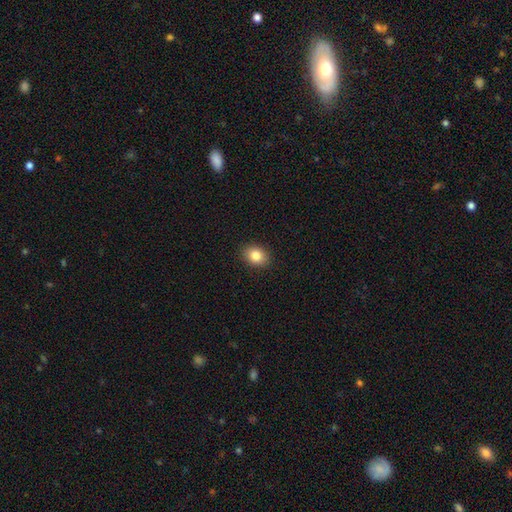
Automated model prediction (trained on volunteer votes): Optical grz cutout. It shows a smooth galaxy with no disk features (84%) that is in between round and cigar-shaped (65%). Merging: none (90%).